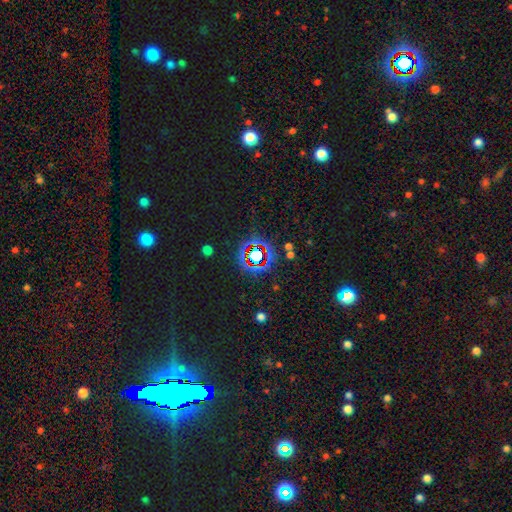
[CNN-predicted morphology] Smooth or featured? star or artifact (73%)